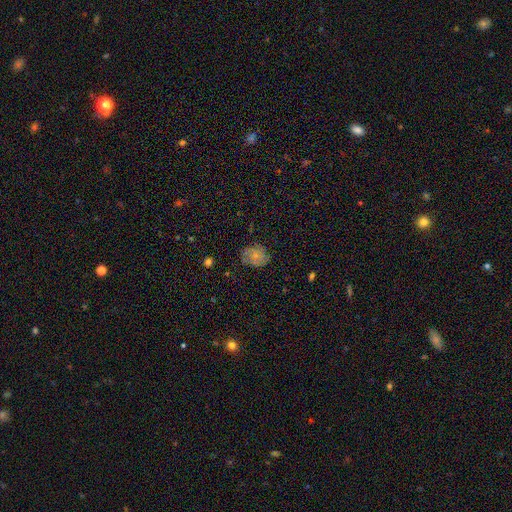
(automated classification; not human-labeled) Overall: featured or disk (45%, tied with smooth). Merging: none (70%).